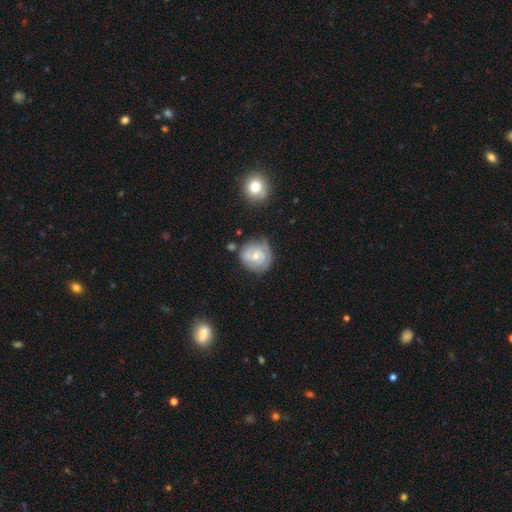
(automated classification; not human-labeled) A featured or disk galaxy (66%) with no bar (53%), 2 (51%) tight (59%) spiral arms (86%) and a moderate central bulge (48%).

Vote fractions:
- Smooth or featured? featured or disk: 66% / smooth: 28% / star or artifact: 6%
- Edge-on disk? no: 98% / yes: 2%
- Bar? no: 53% / weak: 40% / strong: 7%
- Spiral arms? yes: 86% / no: 14%
- Spiral winding? tight: 59% / medium: 31% / loose: 10%
- Spiral arm count? 2: 51% / can't tell: 27% / 3: 12% / 1: 7% / 4: 2% / more than 4: 2%
- Bulge size? moderate: 48% / small: 46% / none: 3% / large: 2% / dominant: 1%
- Merging? none: 62% / minor disturbance: 24% / major disturbance: 8% / merger: 5%